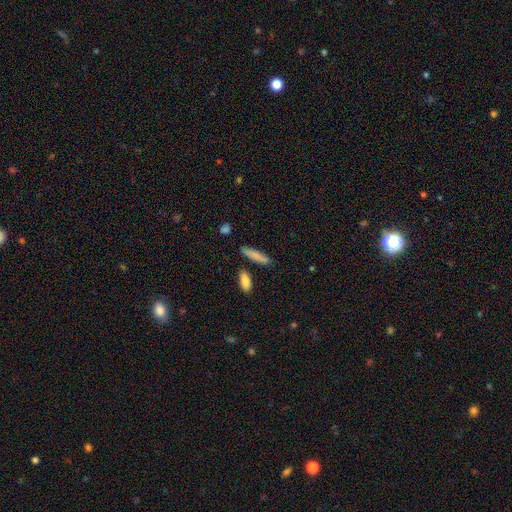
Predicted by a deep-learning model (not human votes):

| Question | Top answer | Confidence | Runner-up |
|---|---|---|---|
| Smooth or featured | smooth | 80% | featured or disk (13%) |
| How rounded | cigar-shaped | 82% | in between (16%) |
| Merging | none | 82% | minor disturbance (11%) |